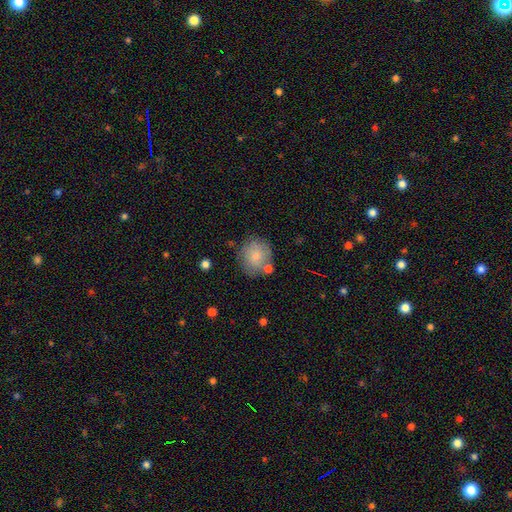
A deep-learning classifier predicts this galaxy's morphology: smooth-or-featured: smooth: 79% | featured or disk: 13% | star or artifact: 7%
  how-rounded: round: 82% | in between: 17% | cigar-shaped: 1%
  merging: none: 70% | minor disturbance: 16% | merger: 8% | major disturbance: 5%